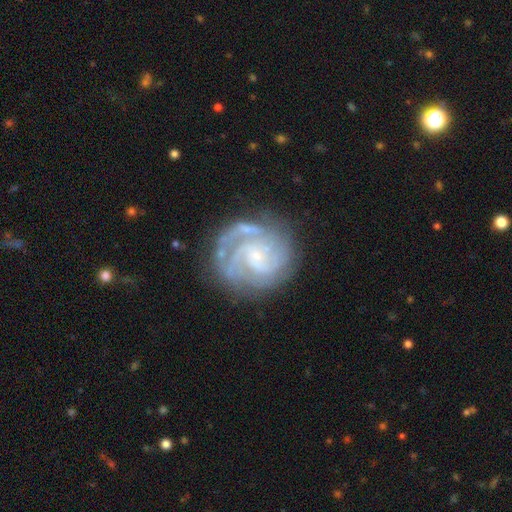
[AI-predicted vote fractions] A featured or disk galaxy (85%) with no bar (56%), 3 (31%) tight (62%) spiral arms (96%) and a small central bulge (70%). Merging: none (70%).